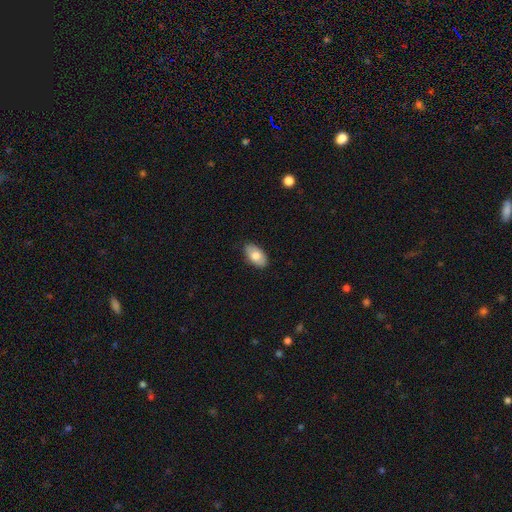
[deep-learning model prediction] A smooth galaxy with no disk features (76%) that is in between round and cigar-shaped (94%). Merging: none (85%).